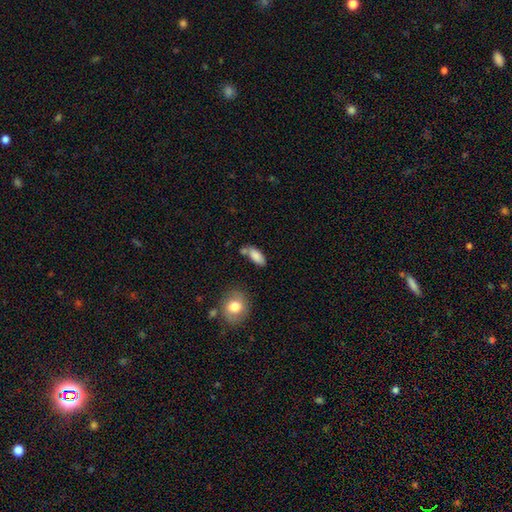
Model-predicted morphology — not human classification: Smooth or featured? Predicted: smooth (p=0.84). How rounded? Predicted: in between (p=0.83). Merging? Predicted: none (p=0.56).